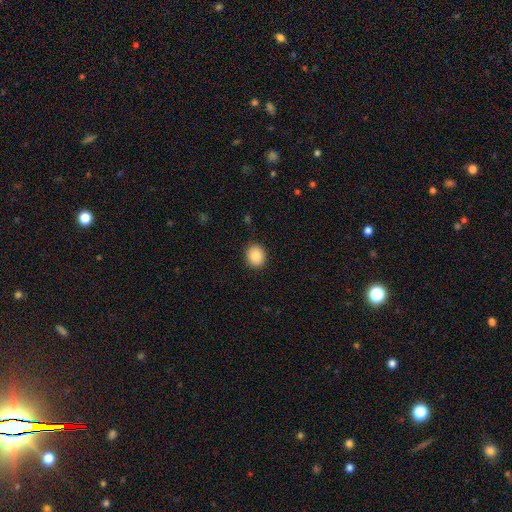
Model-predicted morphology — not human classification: Smooth or featured: smooth — 87% (star or artifact — 8%)
How rounded: round — 72% (in between — 28%)
Merging: none — 90% (minor disturbance — 7%)